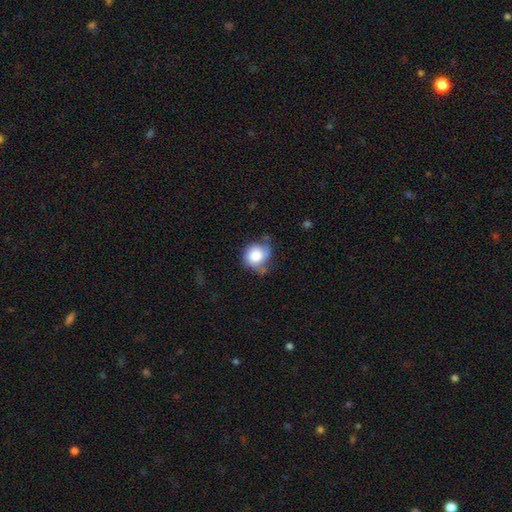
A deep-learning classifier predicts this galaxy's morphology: A smooth galaxy with no disk features (74%) that is round (75%). Merging: minor disturbance (39%).